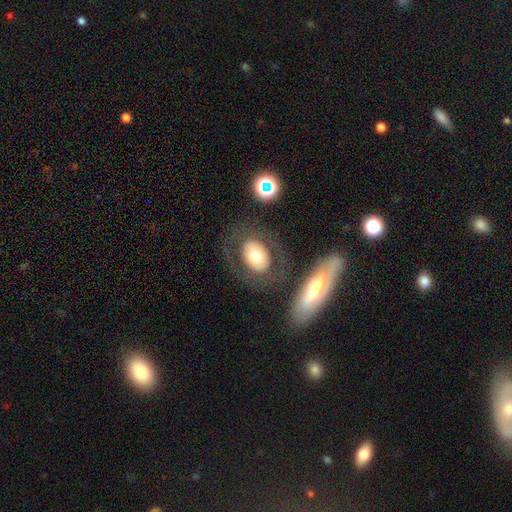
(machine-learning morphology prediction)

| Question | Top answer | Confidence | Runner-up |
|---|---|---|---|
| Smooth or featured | smooth | 59% | featured or disk (33%) |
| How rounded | in between | 68% | round (31%) |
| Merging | none | 78% | minor disturbance (10%) |